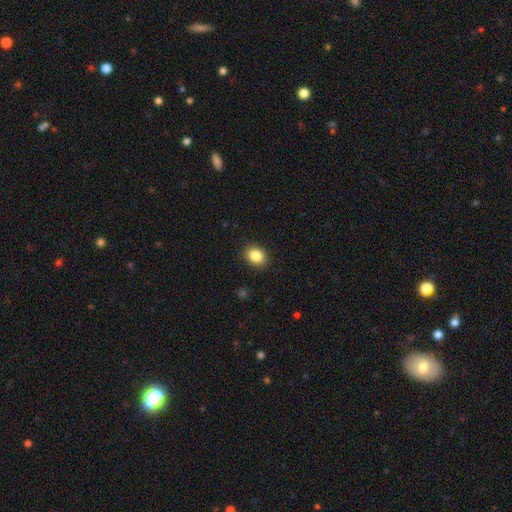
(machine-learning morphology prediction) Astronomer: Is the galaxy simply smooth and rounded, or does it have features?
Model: smooth — 85%.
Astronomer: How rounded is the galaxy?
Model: round — 51% (runner-up: in between, 48%).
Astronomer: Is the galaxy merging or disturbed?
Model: none — 89%.